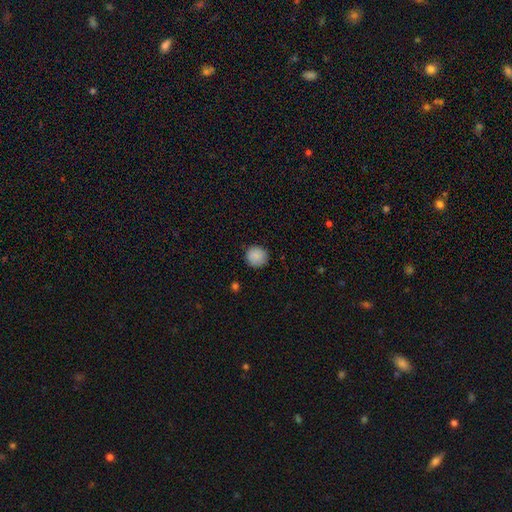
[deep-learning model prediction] This appears to be a smooth galaxy with no disk features (88%) that is round (93%). Merging: none (87%).